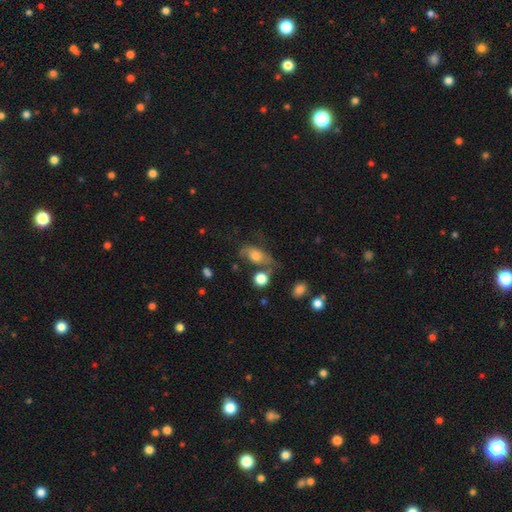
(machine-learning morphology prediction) smooth 54%, featured or disk 34%, star or artifact 12%. Down the decision tree: how rounded — in between (74%); merging — none (41%).